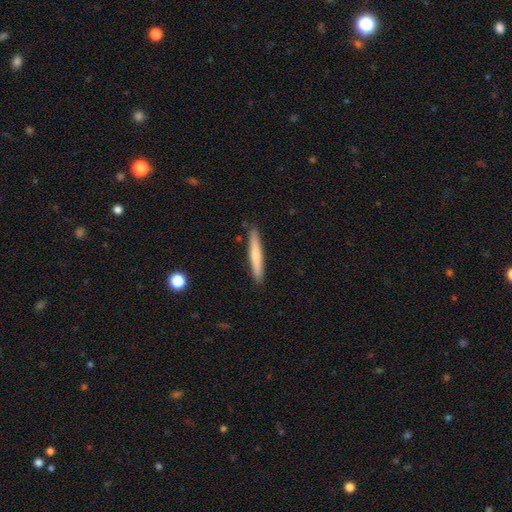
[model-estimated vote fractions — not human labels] Q: Smooth or featured?
A: smooth (62%); runner-up: featured or disk (32%)
Q: How rounded?
A: cigar-shaped (95%); runner-up: in between (4%)
Q: Merging?
A: none (89%); runner-up: minor disturbance (8%)